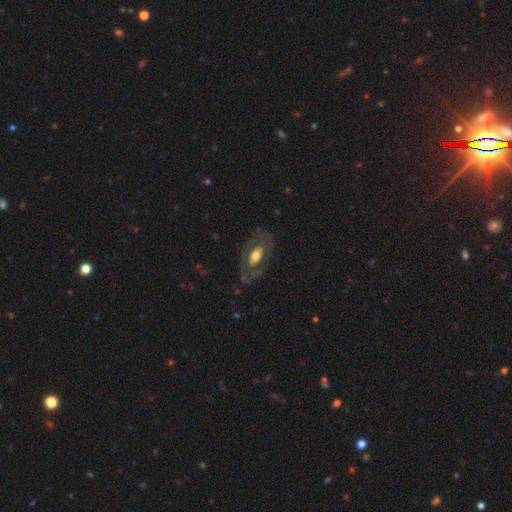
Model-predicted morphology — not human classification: This is likely a featured or disk galaxy (63%). It is clearly not viewed edge-on (90%). Bar: likely no (73%). Spiral arm pattern: likely no (65%). Central bulge: possibly moderate (57%). Merging: likely none (72%).